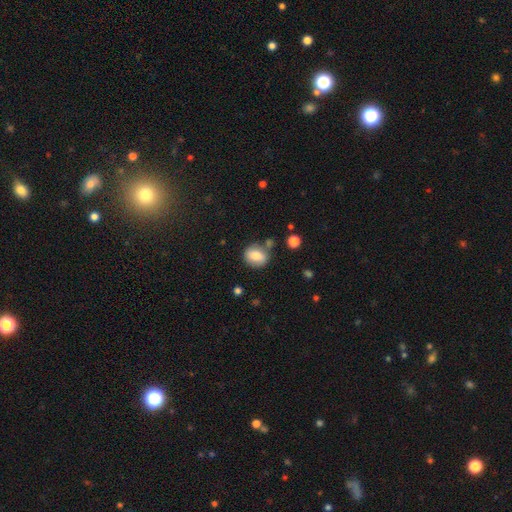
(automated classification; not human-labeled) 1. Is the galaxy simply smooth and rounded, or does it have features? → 75% smooth, 16% featured or disk, 9% star or artifact.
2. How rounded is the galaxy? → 63% round, 36% in between, 1% cigar-shaped.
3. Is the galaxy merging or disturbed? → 71% none, 15% minor disturbance, 10% merger, 4% major disturbance.